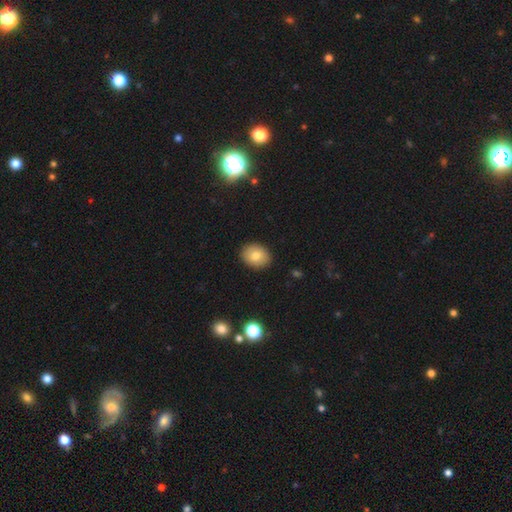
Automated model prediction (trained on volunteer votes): smooth_or_featured: smooth (p=0.79) [alt: featured or disk p=0.13]
how_rounded: in between (p=0.59) [alt: round p=0.40]
merging: none (p=0.89) [alt: minor disturbance p=0.08]